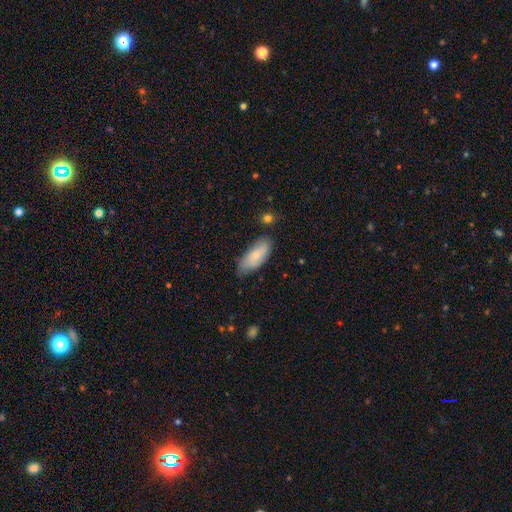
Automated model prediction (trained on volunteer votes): Smooth or featured: smooth — 76% (featured or disk — 17%)
How rounded: in between — 84% (cigar-shaped — 13%)
Merging: none — 64% (minor disturbance — 28%)